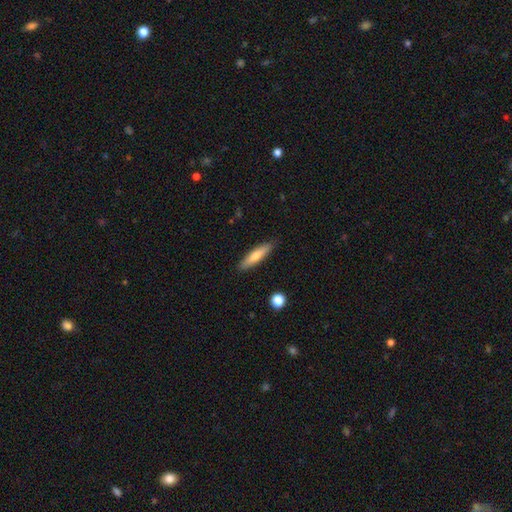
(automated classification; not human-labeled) Q: Smooth or featured?
A: smooth (70%); runner-up: featured or disk (24%)
Q: How rounded?
A: cigar-shaped (81%); runner-up: in between (18%)
Q: Merging?
A: none (88%); runner-up: minor disturbance (8%)